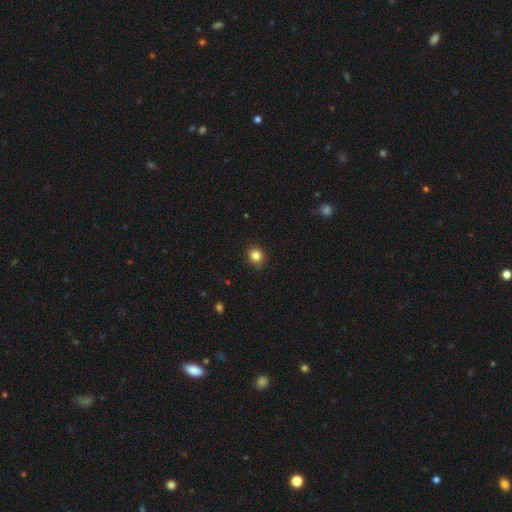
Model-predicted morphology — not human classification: The model was most divided on "how rounded": round: 80%, in between: 19%, cigar-shaped: 1%. More confident: merging — none (86%); smooth or featured — smooth (84%).